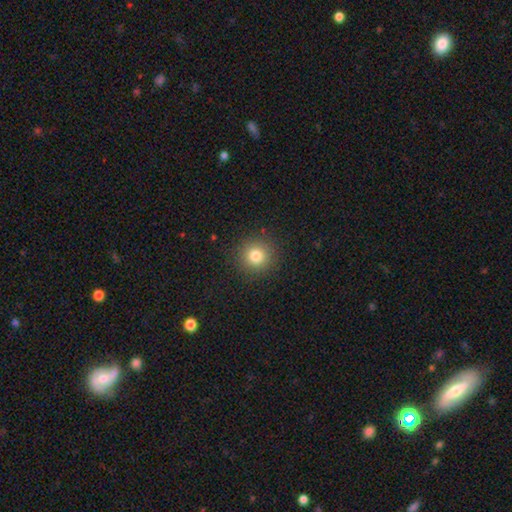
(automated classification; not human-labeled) smooth 80%, star or artifact 13%, featured or disk 7%. Down the decision tree: how rounded — round (94%); merging — none (90%).